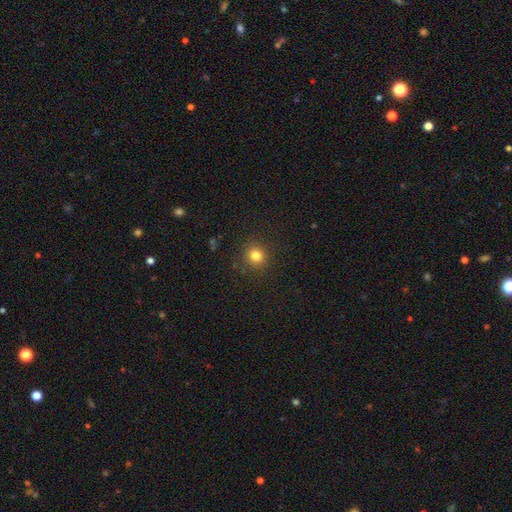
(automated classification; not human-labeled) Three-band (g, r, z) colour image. It shows a smooth galaxy with no disk features (82%) that is round (89%). Merging: none (89%).